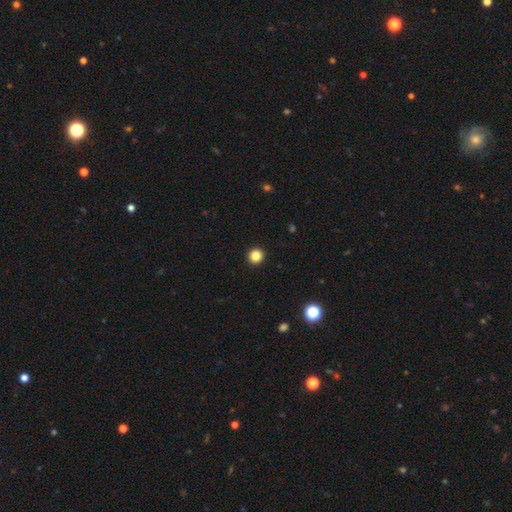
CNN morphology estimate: A smooth galaxy with no disk features (84%) that is round (95%). Merging: none (94%).